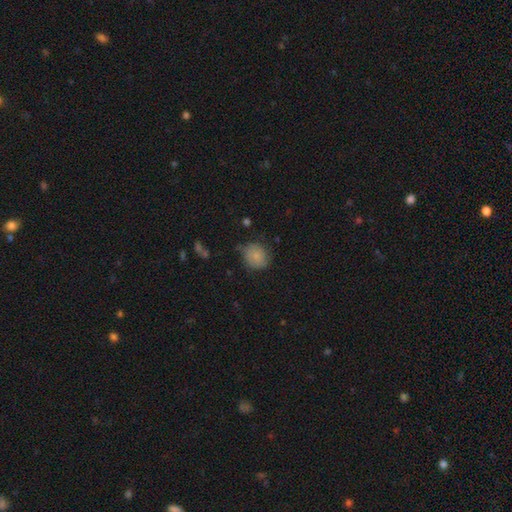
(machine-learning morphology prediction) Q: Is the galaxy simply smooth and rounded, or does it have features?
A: smooth — 80%.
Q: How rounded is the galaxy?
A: round — 73%.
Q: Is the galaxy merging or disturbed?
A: none — 69%.